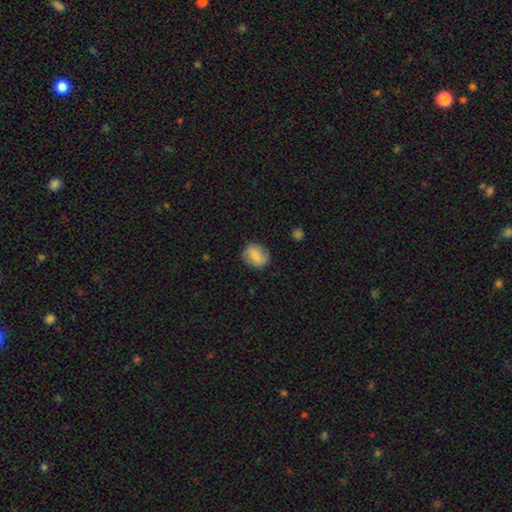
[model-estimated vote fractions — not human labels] This appears to be a smooth galaxy with no disk features (68%) that is round (57%). Merging: none (80%).